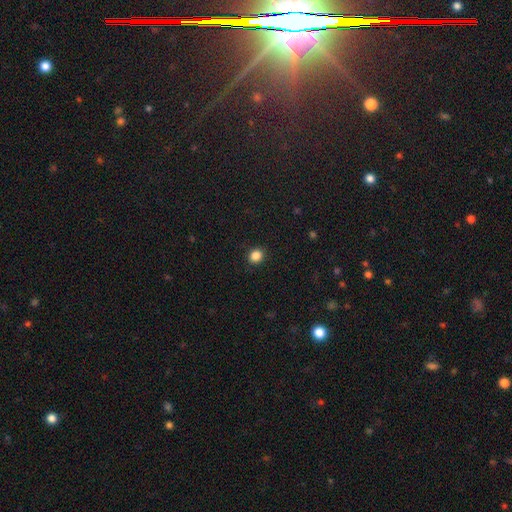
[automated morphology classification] smooth 86%, star or artifact 11%, featured or disk 3%. Down the decision tree: how rounded — round (73%); merging — none (91%).